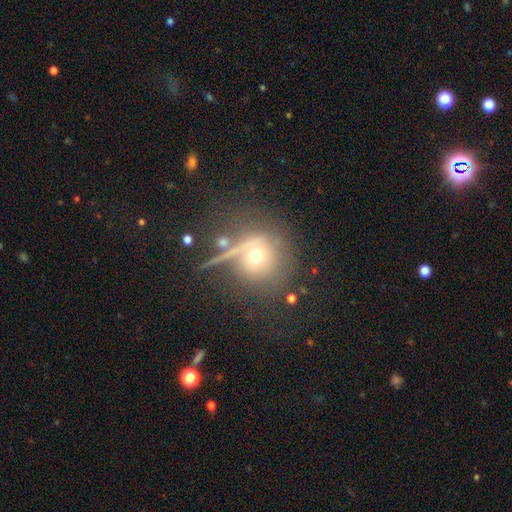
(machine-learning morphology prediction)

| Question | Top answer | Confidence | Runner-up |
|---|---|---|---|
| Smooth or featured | smooth | 55% | featured or disk (25%) |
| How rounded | round | 91% | in between (8%) |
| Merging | none | 61% | minor disturbance (15%) |